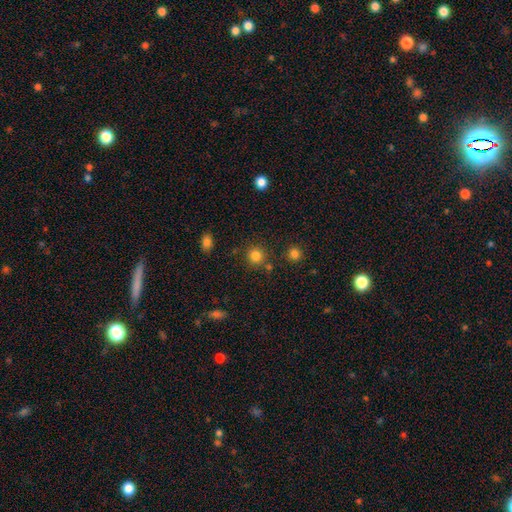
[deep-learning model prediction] The model was most divided on "smooth or featured": smooth: 83%, star or artifact: 13%, featured or disk: 5%. More confident: how rounded — round (92%); merging — none (83%).